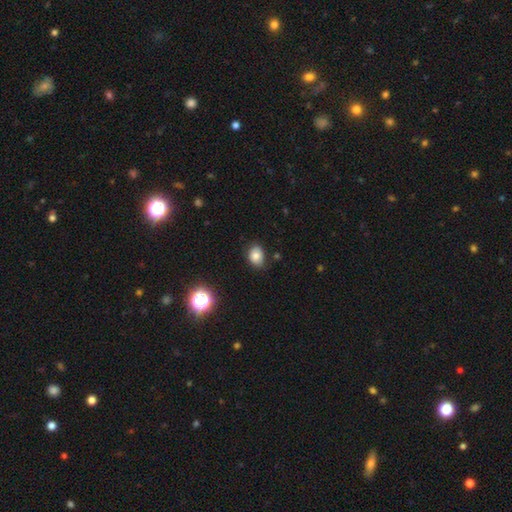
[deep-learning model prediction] This appears to be a smooth galaxy with no disk features (79%) that is in between round and cigar-shaped (63%). Merging: none (77%).